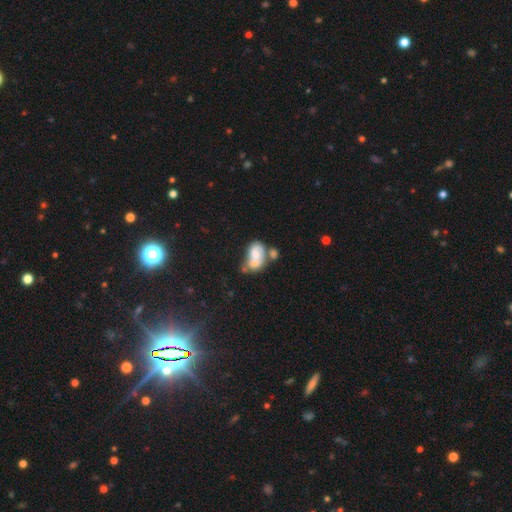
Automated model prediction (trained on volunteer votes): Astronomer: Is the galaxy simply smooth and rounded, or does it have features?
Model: smooth — 48% (runner-up: featured or disk, 43%).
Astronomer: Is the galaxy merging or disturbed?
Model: merger — 56%.